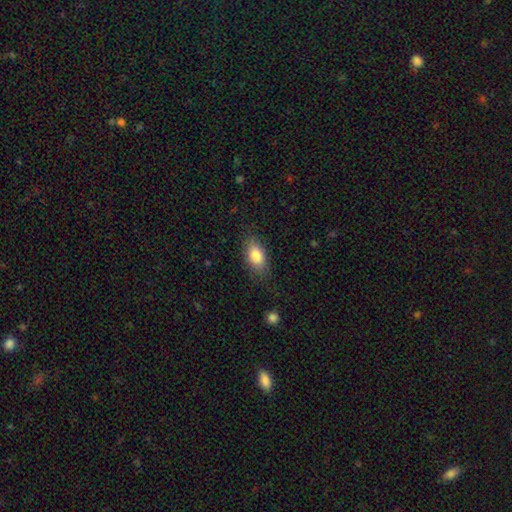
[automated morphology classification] Smooth or featured? smooth (82%)
How rounded? in between (89%)
Merging? none (80%)